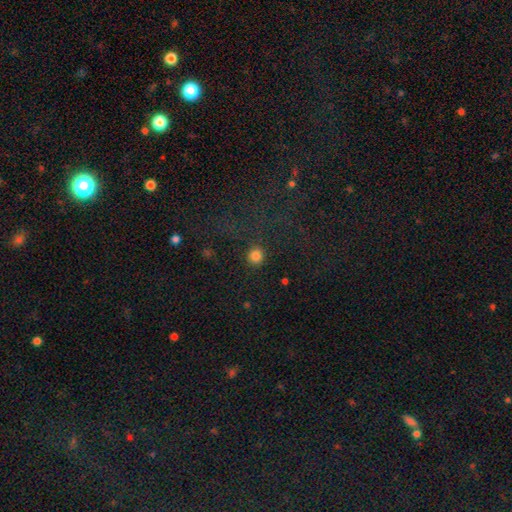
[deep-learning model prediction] Smooth or featured? smooth (82%)
How rounded? round (92%)
Merging? none (87%)